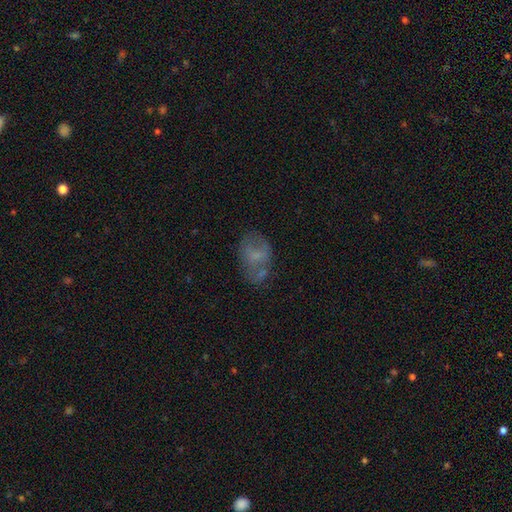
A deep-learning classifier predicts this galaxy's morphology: Smooth or featured: smooth — 49% (featured or disk — 40%)
Merging: none — 44% (minor disturbance — 23%)